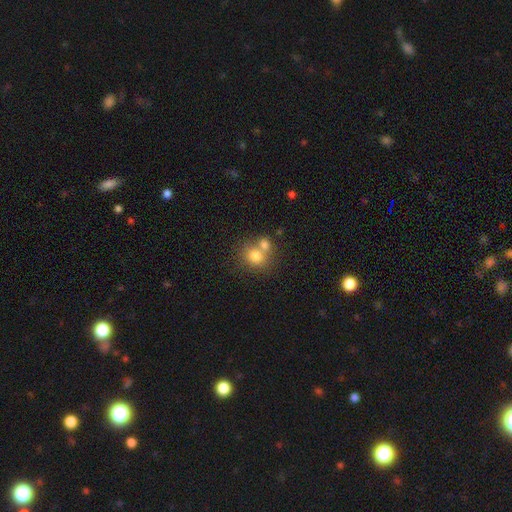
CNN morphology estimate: smooth_or_featured: smooth (p=0.76) [alt: featured or disk p=0.13]
how_rounded: round (p=0.76) [alt: in between p=0.23]
merging: merger (p=0.48) [alt: none p=0.41]